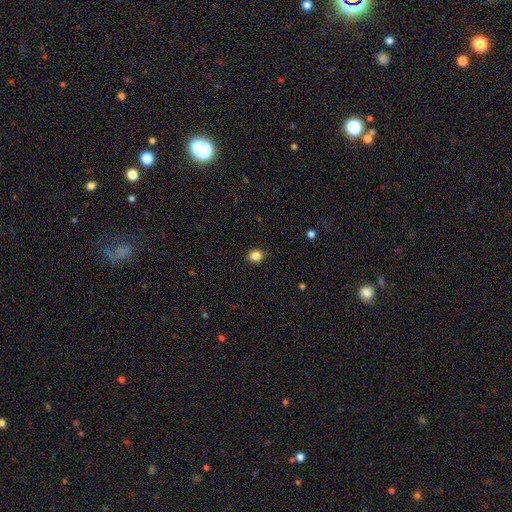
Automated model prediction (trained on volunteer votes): The model was most divided on "how rounded": round: 57%, in between: 42%, cigar-shaped: 1%. More confident: merging — none (86%); smooth or featured — smooth (86%).